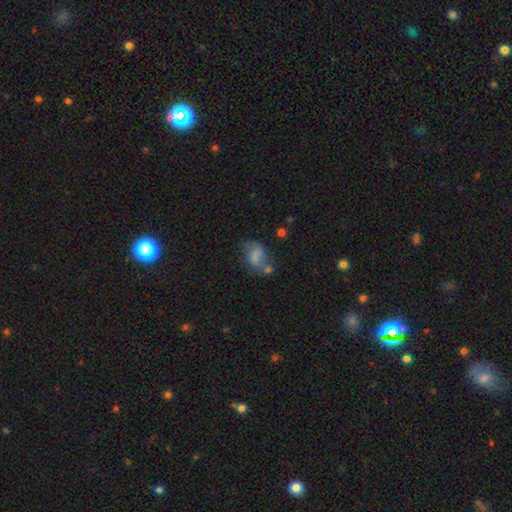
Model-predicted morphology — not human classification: Q: Smooth or featured?
A: smooth (61%); runner-up: featured or disk (27%)
Q: How rounded?
A: in between (79%); runner-up: round (19%)
Q: Merging?
A: none (38%); runner-up: minor disturbance (25%)